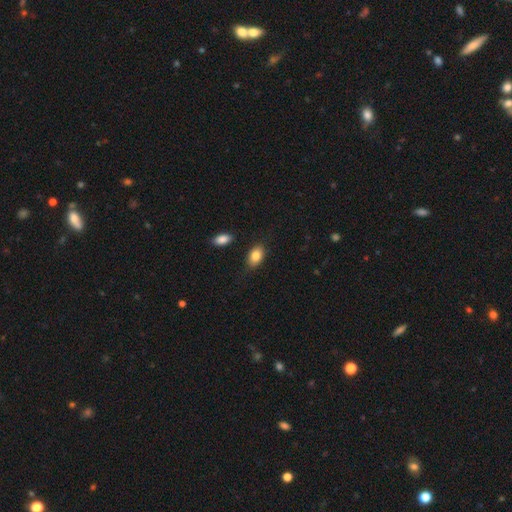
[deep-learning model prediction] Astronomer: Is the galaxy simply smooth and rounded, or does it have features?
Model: smooth — 84%.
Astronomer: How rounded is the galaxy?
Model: in between — 87%.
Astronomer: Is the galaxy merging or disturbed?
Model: none — 81%.